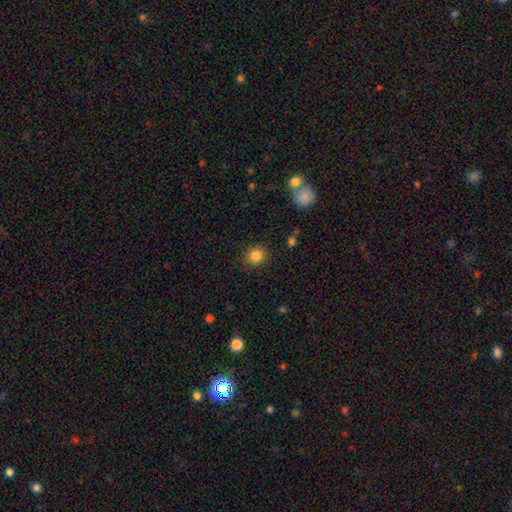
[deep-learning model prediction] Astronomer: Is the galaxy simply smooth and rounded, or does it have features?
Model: smooth — 84%.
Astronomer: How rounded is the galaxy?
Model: round — 79%.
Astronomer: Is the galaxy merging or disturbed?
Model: none — 88%.